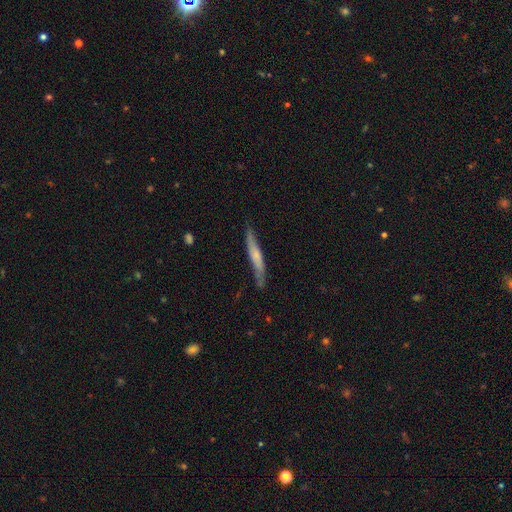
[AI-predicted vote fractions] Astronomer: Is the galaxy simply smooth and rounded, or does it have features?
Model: smooth — 49% (runner-up: featured or disk, 45%).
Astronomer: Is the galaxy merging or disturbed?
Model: none — 74%.